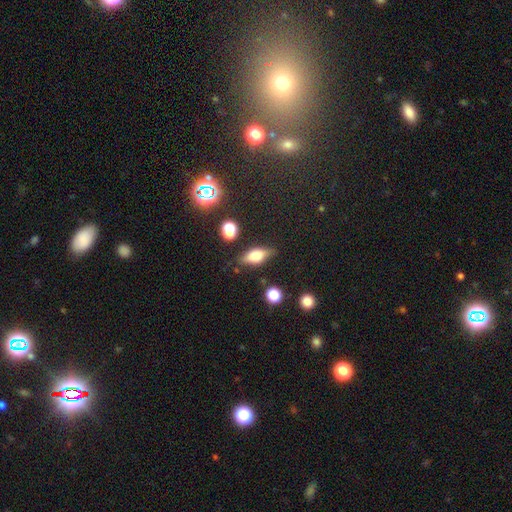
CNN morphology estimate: smooth_or_featured: smooth (p=0.57) [alt: featured or disk p=0.32]
how_rounded: in between (p=0.71) [alt: cigar-shaped p=0.23]
merging: none (p=0.77) [alt: minor disturbance p=0.15]